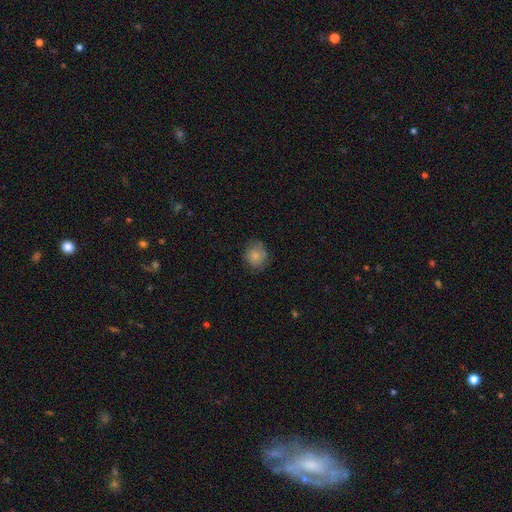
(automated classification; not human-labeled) Q: Smooth or featured?
A: smooth (81%); runner-up: featured or disk (10%)
Q: How rounded?
A: round (74%); runner-up: in between (25%)
Q: Merging?
A: none (75%); runner-up: minor disturbance (19%)